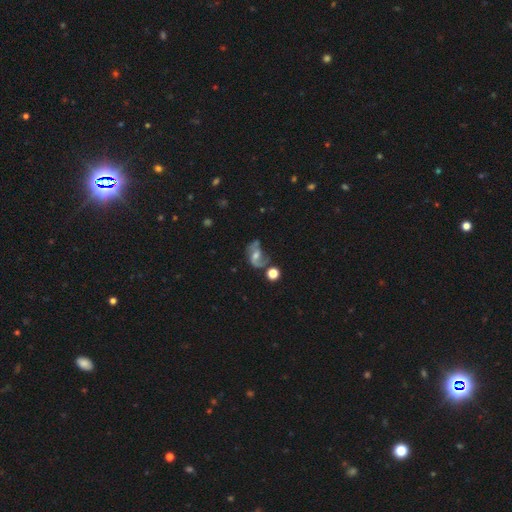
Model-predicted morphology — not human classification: Smooth or featured? Predicted: featured or disk (p=0.74). Edge-on disk? Predicted: no (p=0.97). Bar? Predicted: weak (p=0.43). Spiral arms? Predicted: yes (p=0.90). Spiral winding? Predicted: loose (p=0.48). Spiral arm count? Predicted: 2 (p=0.81). Bulge size? Predicted: moderate (p=0.55). Merging? Predicted: none (p=0.51).